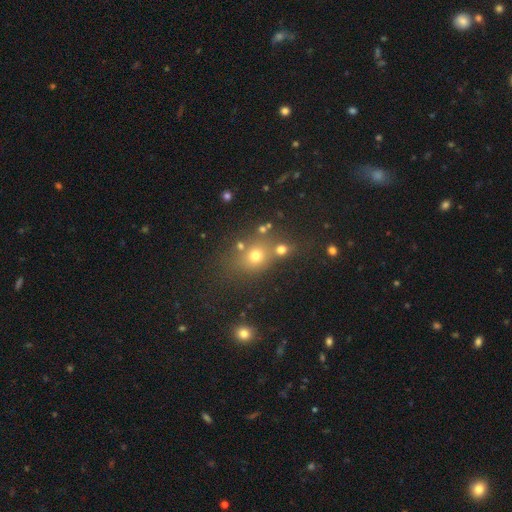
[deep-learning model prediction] Morphology: type=smooth (65%); roundness=round (66%); merging=none (64%).